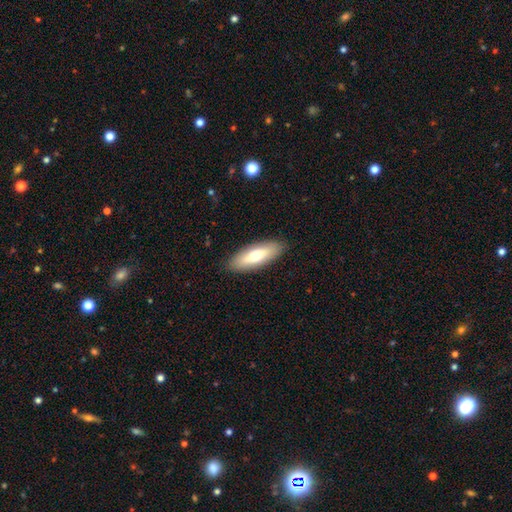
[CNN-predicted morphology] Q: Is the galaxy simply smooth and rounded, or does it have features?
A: smooth — 66%.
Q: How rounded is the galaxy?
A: in between — 63%.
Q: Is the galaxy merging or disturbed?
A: none — 89%.